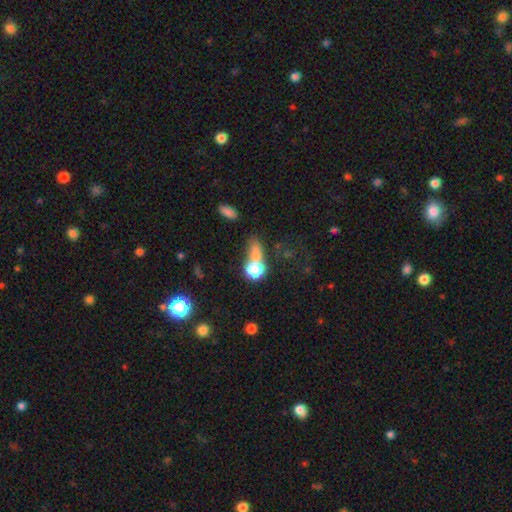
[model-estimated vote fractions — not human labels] A smooth galaxy with no disk features (68%) that is round (52%). Merging: none (37%).